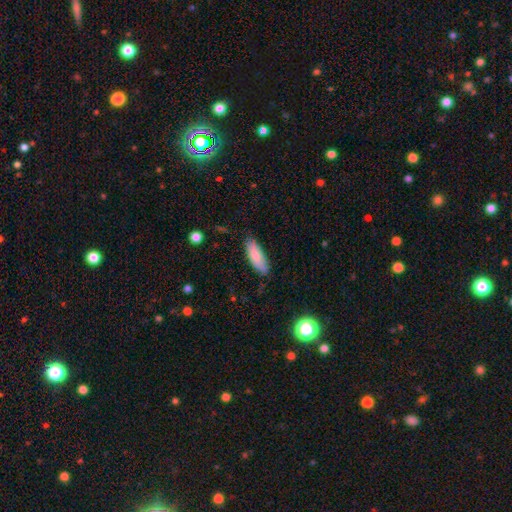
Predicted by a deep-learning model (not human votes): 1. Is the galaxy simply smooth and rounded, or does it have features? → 83% smooth, 11% featured or disk, 6% star or artifact.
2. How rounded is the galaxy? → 63% in between, 35% cigar-shaped, 2% round.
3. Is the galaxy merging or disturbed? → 78% none, 17% minor disturbance, 3% major disturbance, 1% merger.